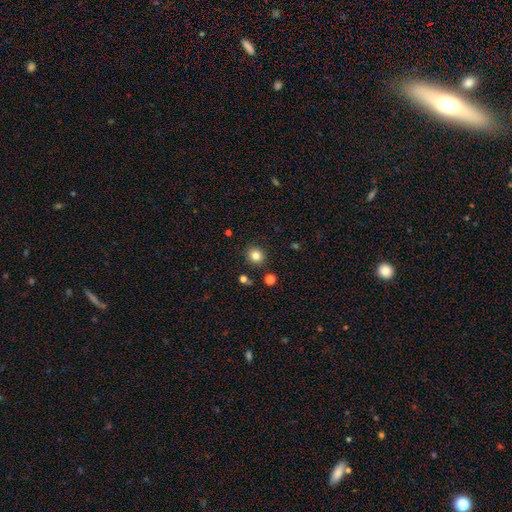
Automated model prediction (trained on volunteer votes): Smooth or featured? smooth (82%)
How rounded? round (81%)
Merging? none (88%)